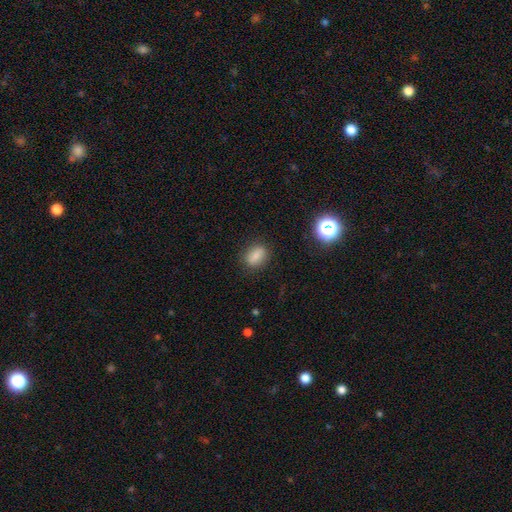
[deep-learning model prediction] Smooth or featured? smooth (78%)
How rounded? in between (67%)
Merging? none (83%)